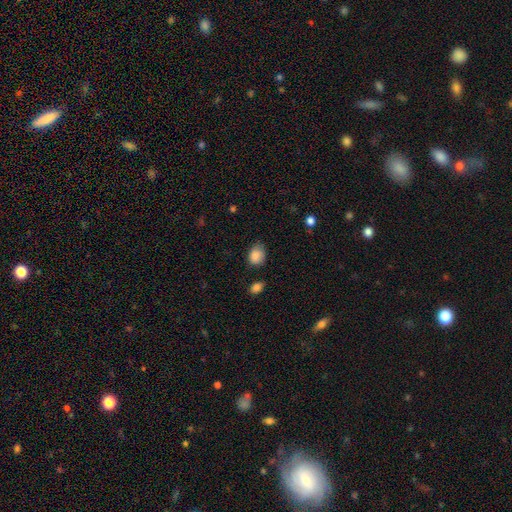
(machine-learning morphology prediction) Smooth or featured: smooth — 87% (star or artifact — 8%)
How rounded: in between — 61% (round — 38%)
Merging: none — 64% (minor disturbance — 28%)